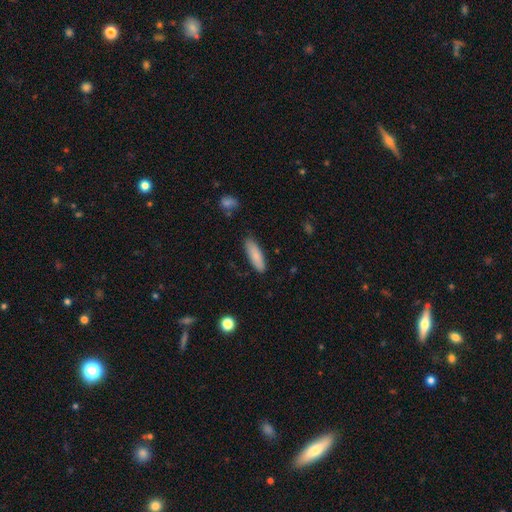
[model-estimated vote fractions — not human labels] Overall: smooth (84%). How rounded: cigar-shaped (56%; in between 42%). Merging: none (86%).